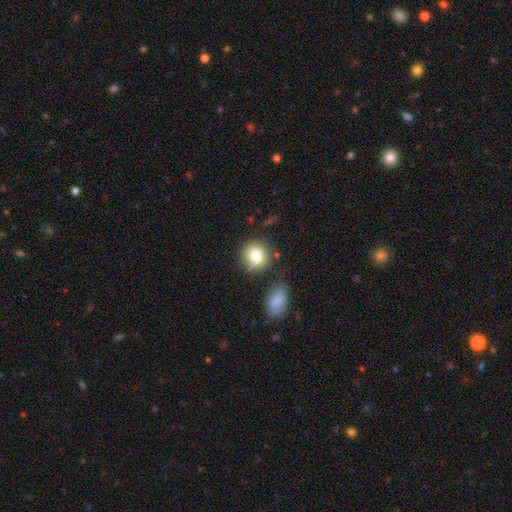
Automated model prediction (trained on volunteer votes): smooth_or_featured: smooth (p=0.80) [alt: featured or disk p=0.10]
how_rounded: round (p=0.86) [alt: in between p=0.13]
merging: none (p=0.78) [alt: minor disturbance p=0.12]